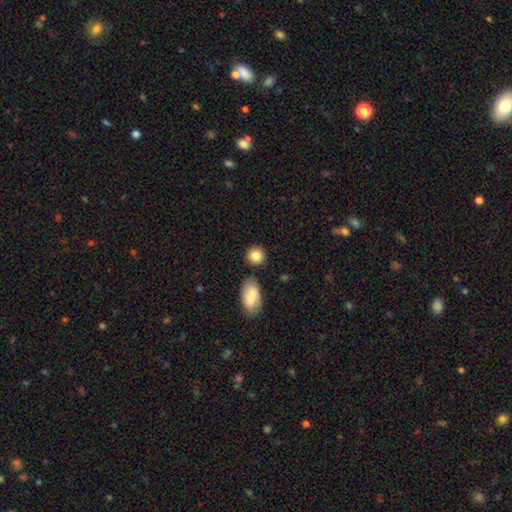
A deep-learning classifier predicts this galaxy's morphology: smooth 85%, star or artifact 8%, featured or disk 7%. Down the decision tree: how rounded — round (79%); merging — none (80%).